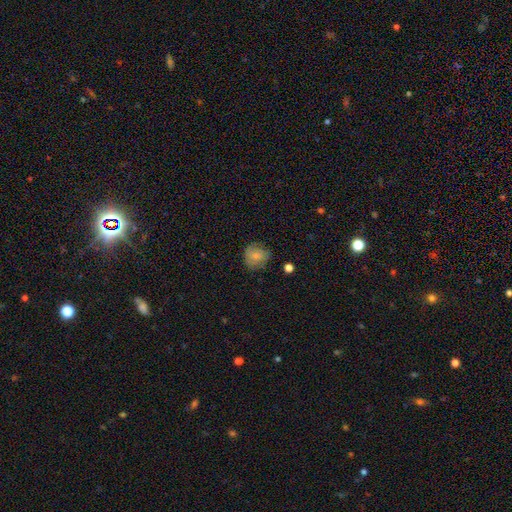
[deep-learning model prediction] Smooth or featured? Predicted: smooth (p=0.71). How rounded? Predicted: round (p=0.78). Merging? Predicted: none (p=0.69).